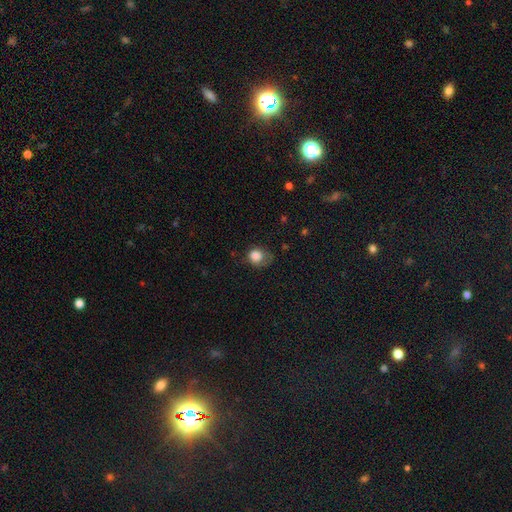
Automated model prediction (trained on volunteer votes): smooth_or_featured: smooth (p=0.83) [alt: star or artifact p=0.09]
how_rounded: round (p=0.69) [alt: in between p=0.30]
merging: none (p=0.41) [alt: minor disturbance p=0.35]